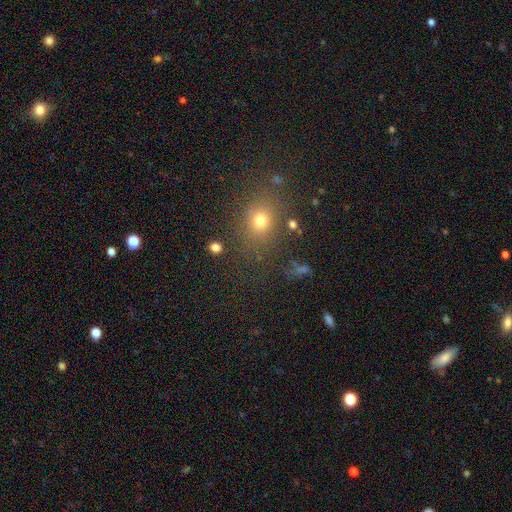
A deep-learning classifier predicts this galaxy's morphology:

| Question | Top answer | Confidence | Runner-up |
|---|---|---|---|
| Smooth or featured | smooth | 64% | star or artifact (27%) |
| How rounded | round | 61% | in between (37%) |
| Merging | none | 83% | minor disturbance (10%) |